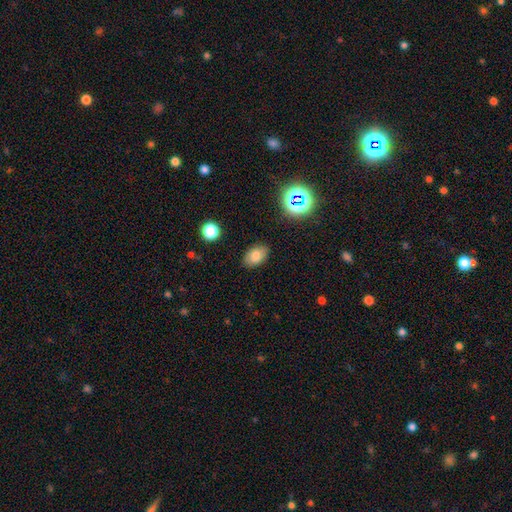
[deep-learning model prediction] Smooth or featured: smooth — 78% (star or artifact — 12%)
How rounded: in between — 87% (round — 12%)
Merging: none — 84% (minor disturbance — 12%)